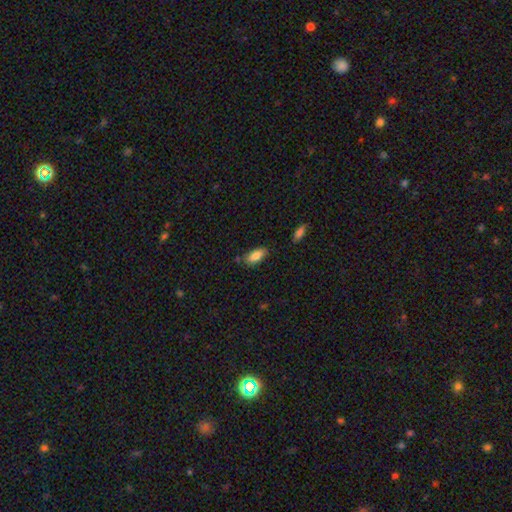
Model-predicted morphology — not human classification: Smooth or featured? smooth (83%)
How rounded? in between (85%)
Merging? none (73%)